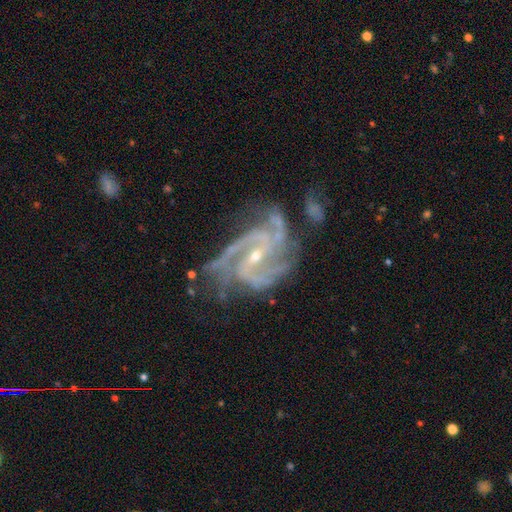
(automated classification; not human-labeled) A featured or disk galaxy (92%) with a weak bar (41%), 3 (39%) medium (55%) spiral arms (98%) and a small central bulge (73%).

Vote fractions:
- Smooth or featured? featured or disk: 92% / star or artifact: 5% / smooth: 2%
- Edge-on disk? no: 98% / yes: 2%
- Bar? weak: 41% / strong: 33% / no: 26%
- Spiral arms? yes: 98% / no: 2%
- Spiral winding? medium: 55% / tight: 33% / loose: 12%
- Spiral arm count? 3: 39% / 2: 23% / 4: 18% / can't tell: 9% / more than 4: 6% / 1: 6%
- Bulge size? small: 73% / moderate: 25% / none: 1% / large: 1% / dominant: 1%
- Merging? none: 52% / minor disturbance: 25% / major disturbance: 18% / merger: 6%